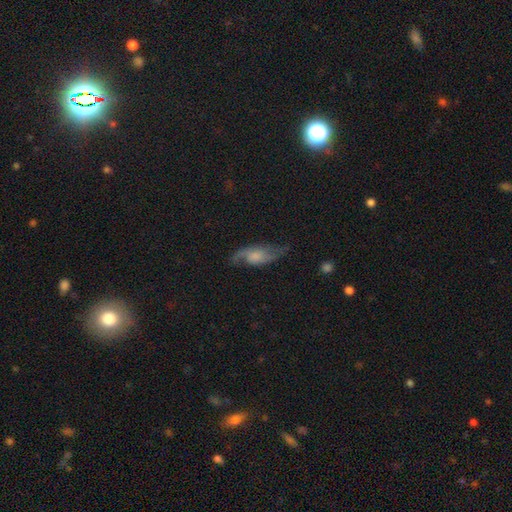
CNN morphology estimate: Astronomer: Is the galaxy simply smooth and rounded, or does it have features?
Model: featured or disk — 72%.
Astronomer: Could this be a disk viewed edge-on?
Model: no — 90%.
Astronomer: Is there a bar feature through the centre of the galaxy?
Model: no — 61%.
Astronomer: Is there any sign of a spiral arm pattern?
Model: yes — 92%.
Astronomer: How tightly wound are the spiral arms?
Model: loose — 63%.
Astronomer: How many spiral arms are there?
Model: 2 — 87%.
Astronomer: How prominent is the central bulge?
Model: moderate — 31% (runner-up: small, 29%).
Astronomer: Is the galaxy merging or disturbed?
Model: none — 66%.